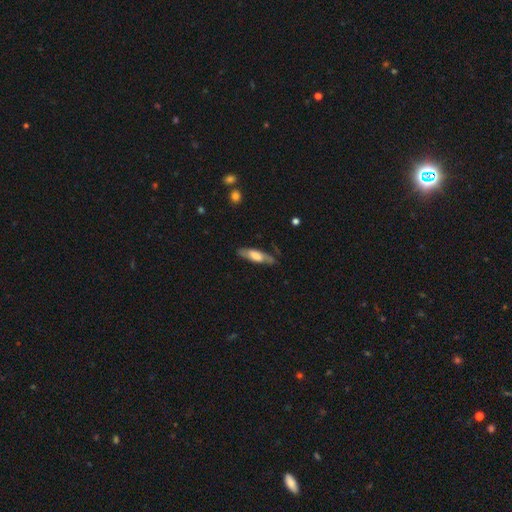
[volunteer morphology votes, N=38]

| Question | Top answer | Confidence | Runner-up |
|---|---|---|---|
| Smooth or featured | featured or disk | 61% | smooth (39%) |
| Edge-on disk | no | 57% | yes (43%) |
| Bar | no | 46% | strong (31%) |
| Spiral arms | yes | 62% | no (38%) |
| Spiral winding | tight | 62% | medium (25%) |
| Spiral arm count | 2 | 62% | 1 (25%) |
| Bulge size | large | 62% | moderate (23%) |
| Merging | none | 74% | minor disturbance (18%) |